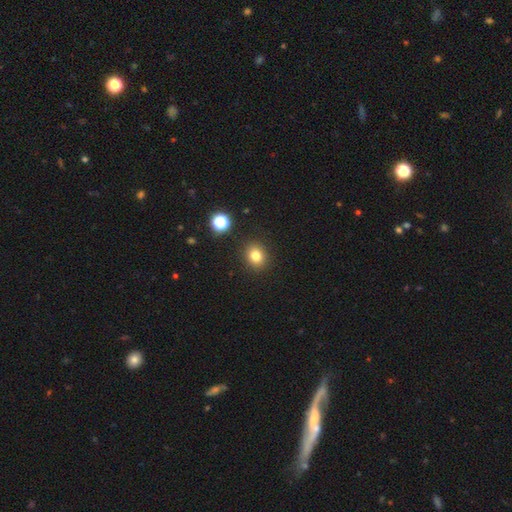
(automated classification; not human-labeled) Q: Smooth or featured?
A: smooth (79%); runner-up: star or artifact (14%)
Q: How rounded?
A: round (68%); runner-up: in between (31%)
Q: Merging?
A: none (89%); runner-up: minor disturbance (7%)